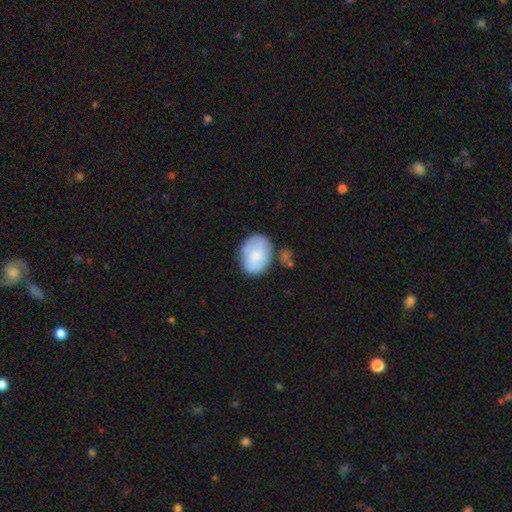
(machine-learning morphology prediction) smooth 71%, featured or disk 22%, star or artifact 6%. Down the decision tree: how rounded — in between (68%); merging — none (61%).